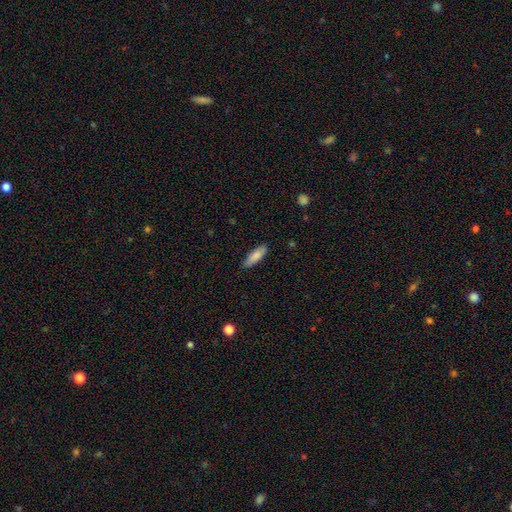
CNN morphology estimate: Smooth or featured: smooth — 85% (featured or disk — 9%)
How rounded: cigar-shaped — 53% (in between — 46%)
Merging: none — 85% (minor disturbance — 12%)